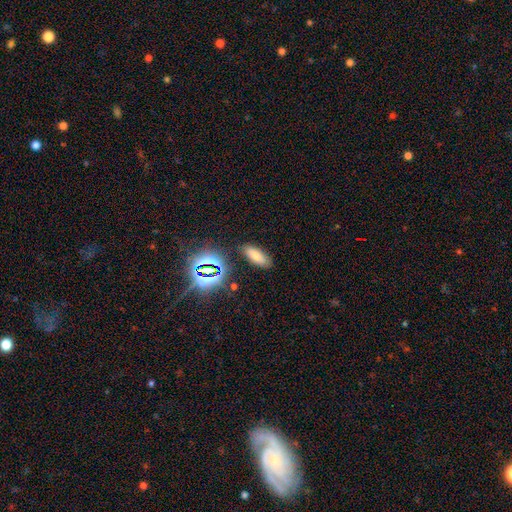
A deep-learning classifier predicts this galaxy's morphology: smooth_or_featured: smooth (p=0.65) [alt: star or artifact p=0.21]
how_rounded: in between (p=0.79) [alt: cigar-shaped p=0.17]
merging: none (p=0.84) [alt: minor disturbance p=0.10]